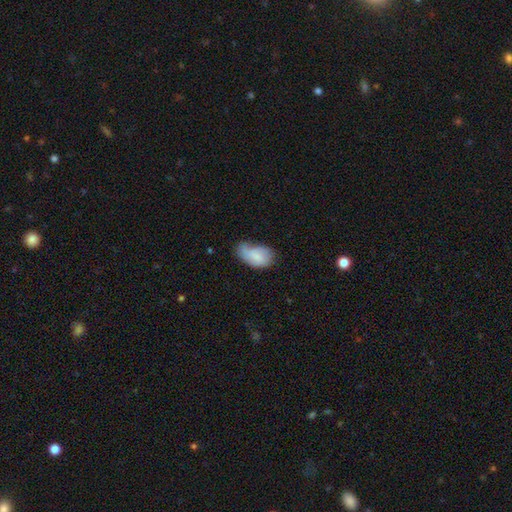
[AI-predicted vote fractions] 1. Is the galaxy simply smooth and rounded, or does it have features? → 73% smooth, 20% featured or disk, 7% star or artifact.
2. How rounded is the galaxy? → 91% in between, 7% round, 2% cigar-shaped.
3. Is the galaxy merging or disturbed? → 44% minor disturbance, 33% none, 19% major disturbance, 4% merger.